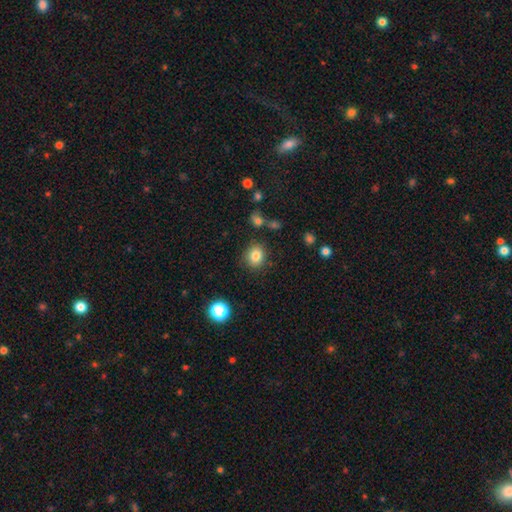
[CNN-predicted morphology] smooth 83%, star or artifact 11%, featured or disk 6%. Down the decision tree: how rounded — round (75%); merging — none (85%).